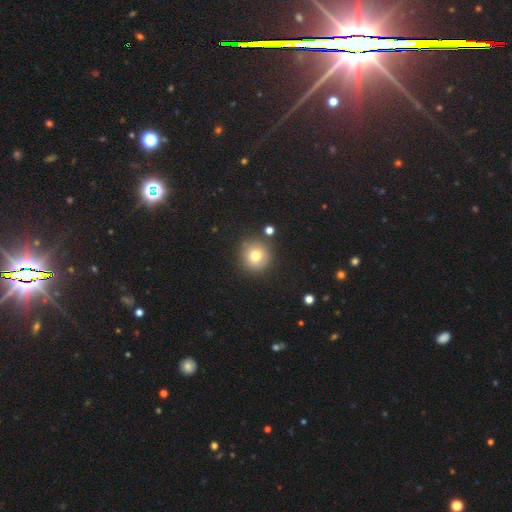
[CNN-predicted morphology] This appears to be a smooth galaxy with no disk features (75%) that is round (93%). Merging: none (85%).